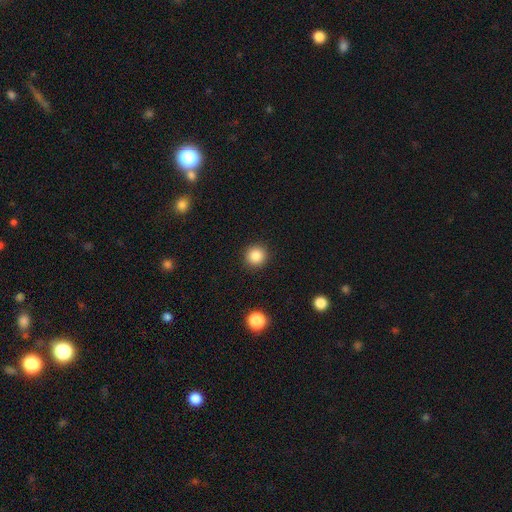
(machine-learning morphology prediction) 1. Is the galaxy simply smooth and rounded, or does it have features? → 86% smooth, 10% star or artifact, 4% featured or disk.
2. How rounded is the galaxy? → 94% round, 5% in between, 1% cigar-shaped.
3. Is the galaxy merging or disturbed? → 92% none, 5% minor disturbance, 2% major disturbance, 1% merger.